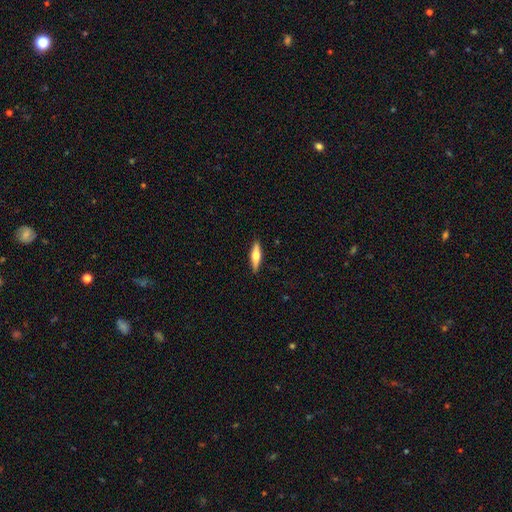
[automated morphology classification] A smooth galaxy with no disk features (47%, tied with featured or disk). Merging: none (90%).